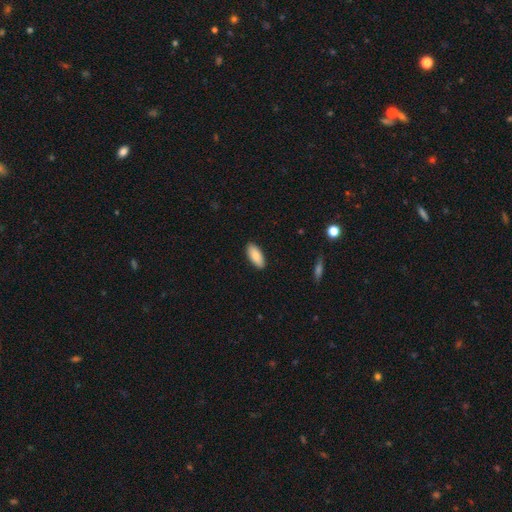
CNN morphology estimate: smooth 85%, featured or disk 9%, star or artifact 6%. Down the decision tree: how rounded — in between (86%); merging — none (90%).